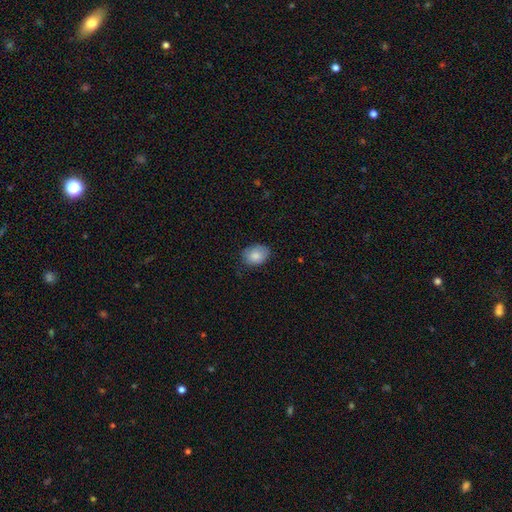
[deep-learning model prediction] Smooth or featured? smooth (83%)
How rounded? in between (70%)
Merging? none (73%)